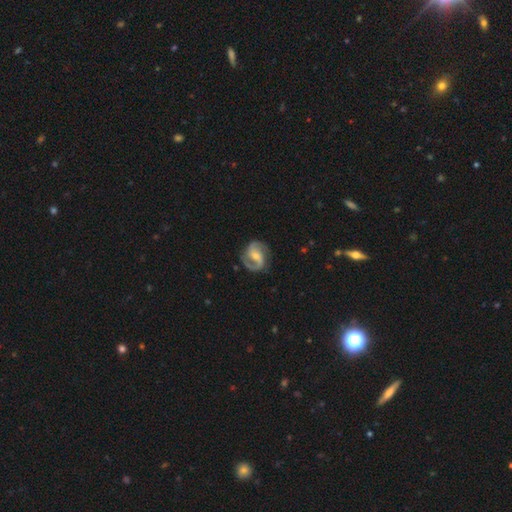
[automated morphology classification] smooth_or_featured: featured or disk (p=0.90) [alt: smooth p=0.06]
disk_edge_on: no (p=0.98) [alt: yes p=0.02]
bar: weak (p=0.45) [alt: no p=0.31]
has_spiral_arms: yes (p=0.97) [alt: no p=0.03]
spiral_winding: medium (p=0.57) [alt: tight p=0.24]
spiral_arm_count: 2 (p=0.92) [alt: 1 p=0.02]
bulge_size: moderate (p=0.51) [alt: small p=0.43]
merging: none (p=0.82) [alt: minor disturbance p=0.12]